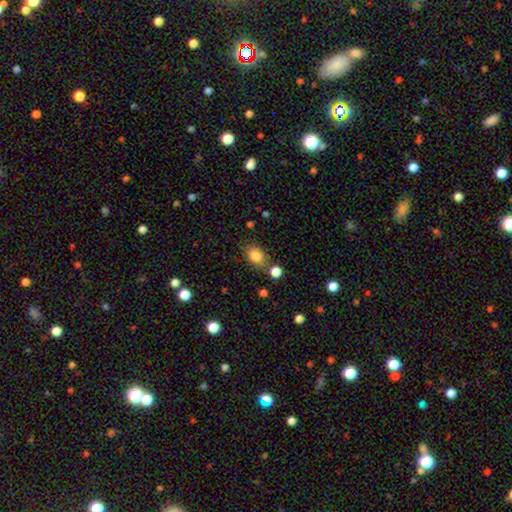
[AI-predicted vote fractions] Smooth or featured?
  - smooth: 83% *
  - star or artifact: 10%
  - featured or disk: 7%
How rounded?
  - in between: 67% *
  - round: 31%
  - cigar-shaped: 1%
Merging?
  - none: 72% *
  - minor disturbance: 14%
  - merger: 9%
  - major disturbance: 4%